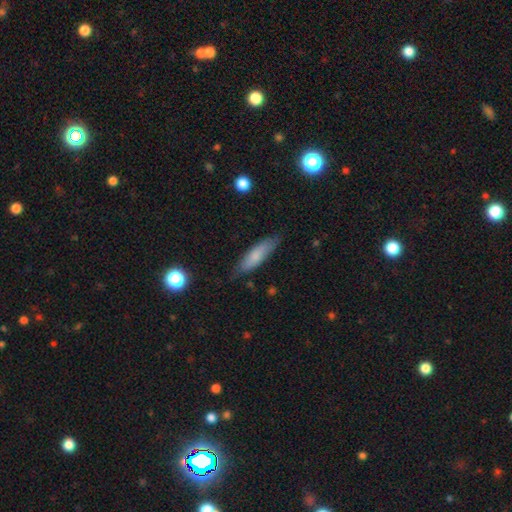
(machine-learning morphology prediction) Smooth or featured? Predicted: smooth (p=0.73). How rounded? Predicted: cigar-shaped (p=0.64). Merging? Predicted: none (p=0.78).